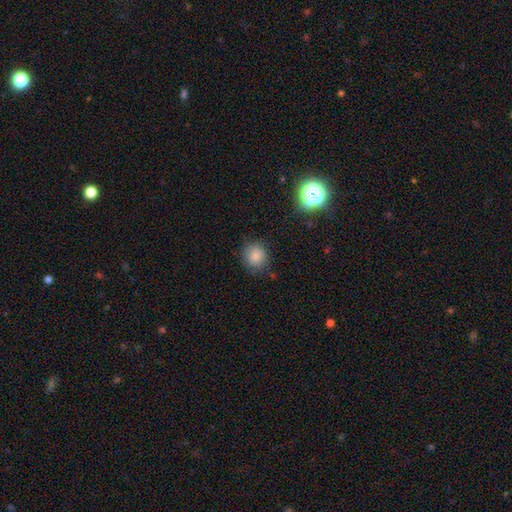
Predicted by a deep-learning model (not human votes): This is clearly a smooth galaxy (84%). How rounded: clearly round (85%). Merging: clearly none (81%).